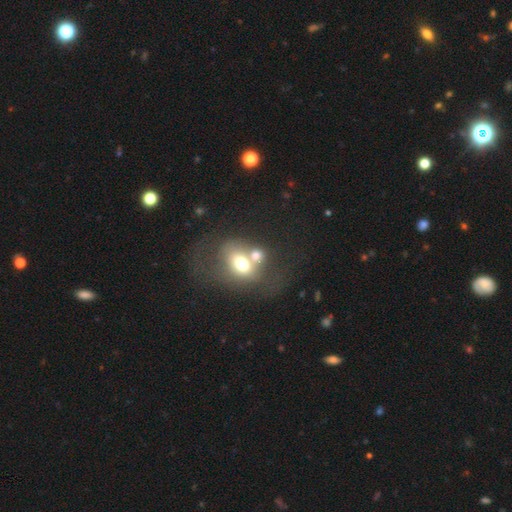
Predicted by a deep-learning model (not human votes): The model was most divided on "how rounded": in between: 56%, round: 42%, cigar-shaped: 1%. More confident: smooth or featured — smooth (61%); merging — merger (55%).